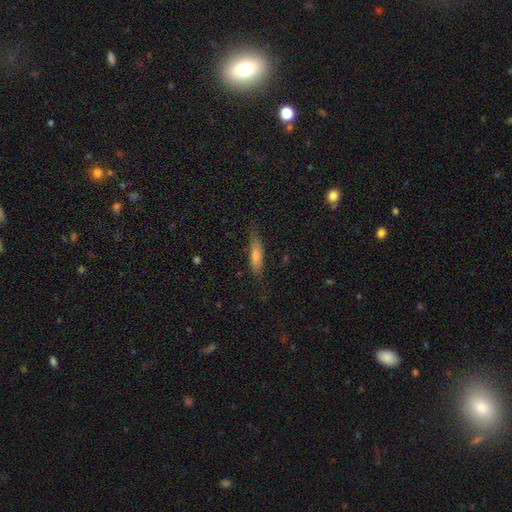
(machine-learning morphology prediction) Smooth or featured? smooth (60%)
How rounded? cigar-shaped (78%)
Merging? none (75%)